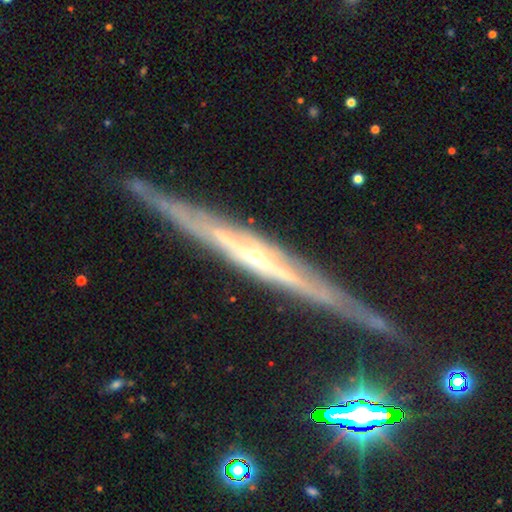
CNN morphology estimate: featured or disk 83%, star or artifact 9%, smooth 8%. Down the decision tree: edge-on disk — yes (94%); edge-on bulge — rounded (51%); merging — none (85%).